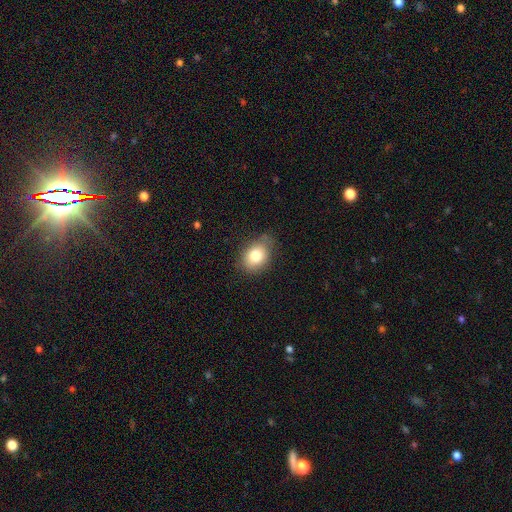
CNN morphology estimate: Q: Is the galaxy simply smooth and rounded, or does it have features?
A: smooth — 79%.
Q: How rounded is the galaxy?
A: in between — 65%.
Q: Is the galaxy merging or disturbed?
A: none — 67%.